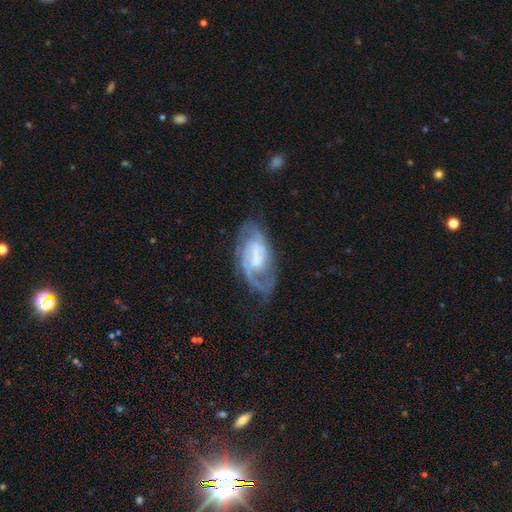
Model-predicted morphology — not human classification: Smooth or featured: featured or disk — 83% (smooth — 11%)
Edge-on disk: no — 95% (yes — 5%)
Bar: weak — 48% (no — 35%)
Spiral arms: yes — 94% (no — 6%)
Spiral winding: tight — 45% (medium — 43%)
Spiral arm count: 2 — 60% (can't tell — 18%)
Bulge size: small — 35% (moderate — 31%)
Merging: none — 65% (minor disturbance — 21%)